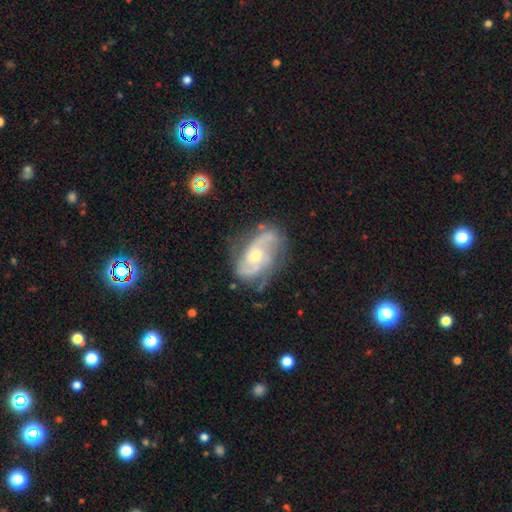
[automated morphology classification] Overall: featured or disk (85%). Edge-on disk: no (96%). Bar: no (59%; weak 34%). Spiral arms: yes (95%). Spiral arm count: 2 (67%). Spiral winding: medium (48%; loose 26%). Bulge size: moderate (60%; small 33%). Merging: none (66%).